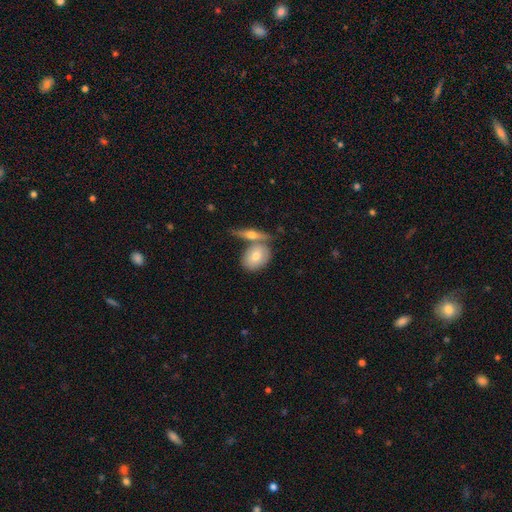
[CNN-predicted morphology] A smooth galaxy with no disk features (64%) that is in between round and cigar-shaped (70%).

Vote fractions:
- Smooth or featured? smooth: 64% / featured or disk: 29% / star or artifact: 7%
- How rounded? in between: 70% / round: 24% / cigar-shaped: 6%
- Merging? none: 53% / merger: 32% / minor disturbance: 11% / major disturbance: 3%